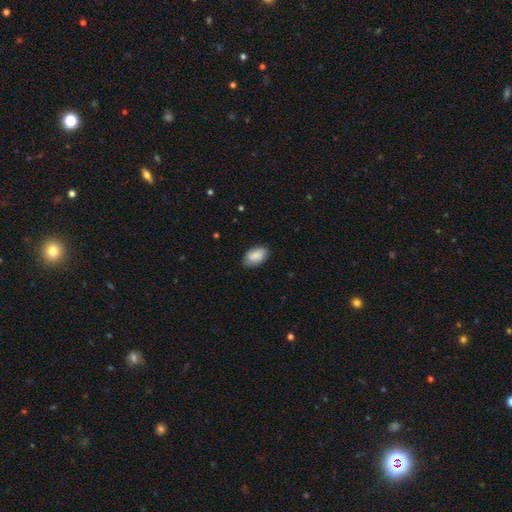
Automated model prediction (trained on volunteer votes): A smooth galaxy with no disk features (85%) that is in between round and cigar-shaped (93%).

Vote fractions:
- Smooth or featured? smooth: 85% / featured or disk: 9% / star or artifact: 6%
- How rounded? in between: 93% / round: 5% / cigar-shaped: 2%
- Merging? none: 80% / minor disturbance: 16% / major disturbance: 3% / merger: 1%